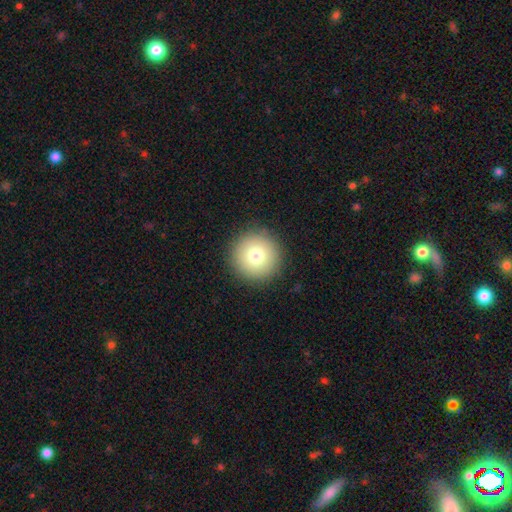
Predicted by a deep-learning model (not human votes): This appears to be a smooth galaxy with no disk features (77%) that is round (97%). Merging: none (92%).